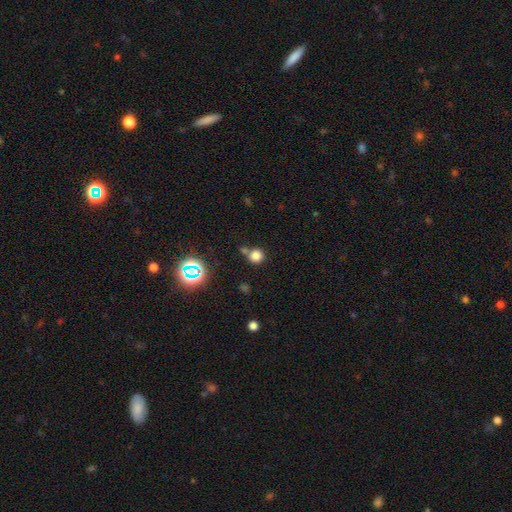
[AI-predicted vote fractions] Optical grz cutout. It shows a smooth galaxy with no disk features (77%) that is round (91%). Merging: none (65%).